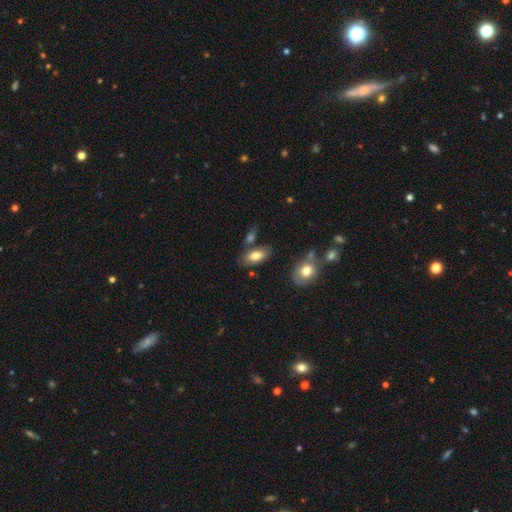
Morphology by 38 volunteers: Smooth or featured? 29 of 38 (76%) said smooth. How rounded? 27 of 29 (93%) said in between. Merging? 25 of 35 (71%) said none.